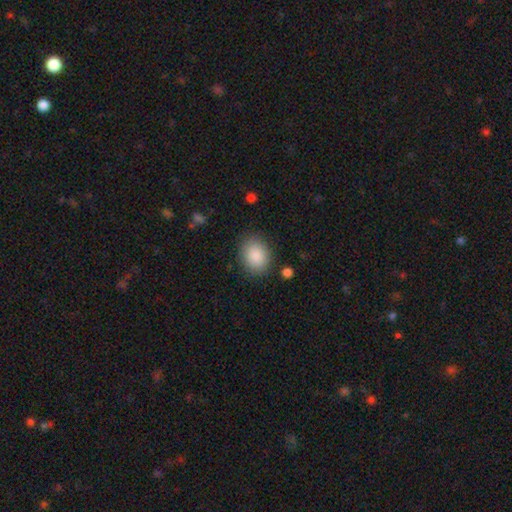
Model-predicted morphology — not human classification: Smooth or featured? smooth (89%)
How rounded? round (51%)
Merging? none (84%)